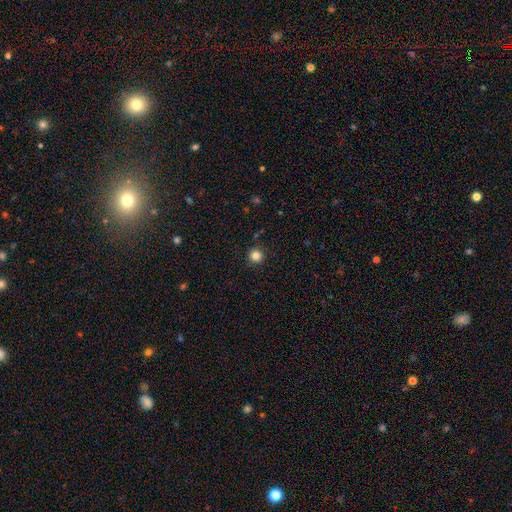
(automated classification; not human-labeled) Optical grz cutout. It shows a smooth galaxy with no disk features (83%) that is round (95%). Merging: none (91%).